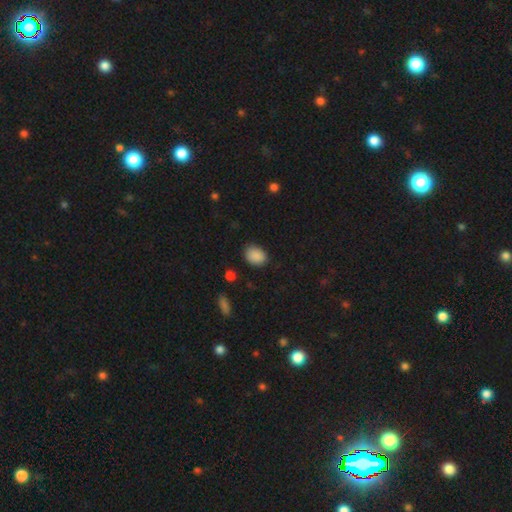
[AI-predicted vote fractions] Smooth or featured: smooth — 88% (star or artifact — 8%)
How rounded: in between — 65% (round — 34%)
Merging: none — 81% (minor disturbance — 15%)